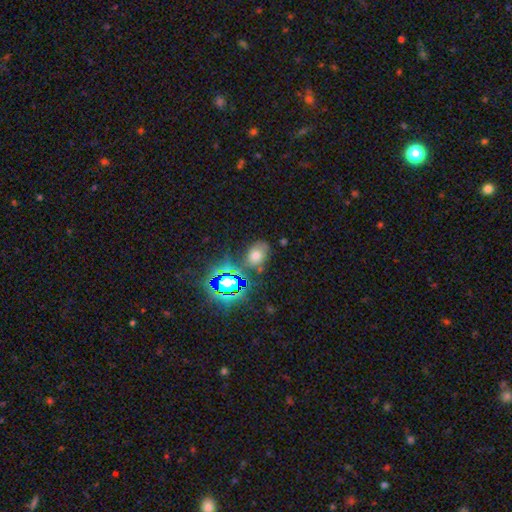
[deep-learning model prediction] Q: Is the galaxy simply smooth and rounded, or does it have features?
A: smooth — 57%.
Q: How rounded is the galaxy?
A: in between — 76%.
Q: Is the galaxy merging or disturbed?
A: none — 68%.